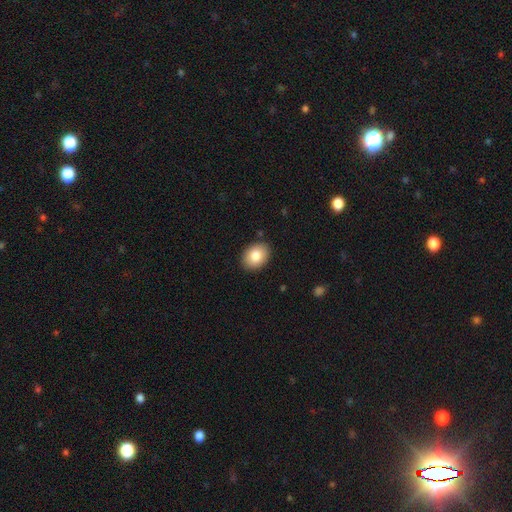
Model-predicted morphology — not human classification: Q: Smooth or featured?
A: smooth (83%); runner-up: featured or disk (9%)
Q: How rounded?
A: in between (71%); runner-up: round (28%)
Q: Merging?
A: none (89%); runner-up: minor disturbance (8%)